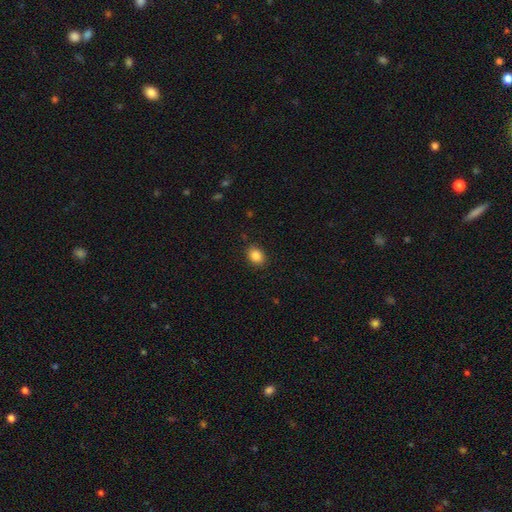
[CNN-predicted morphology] type=smooth (85%); roundness=in between (54%); merging=none (89%).